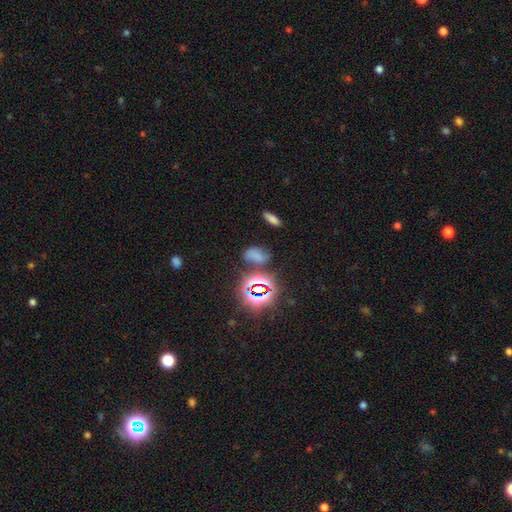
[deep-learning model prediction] Morphology: type=smooth (53%); roundness=in between (83%); merging=none (62%).